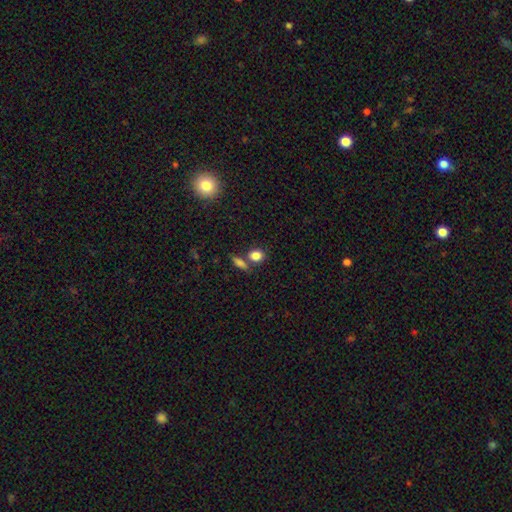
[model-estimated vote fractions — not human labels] Overall: smooth (84%). How rounded: round (53%; in between 44%). Merging: none (63%; merger 23%).